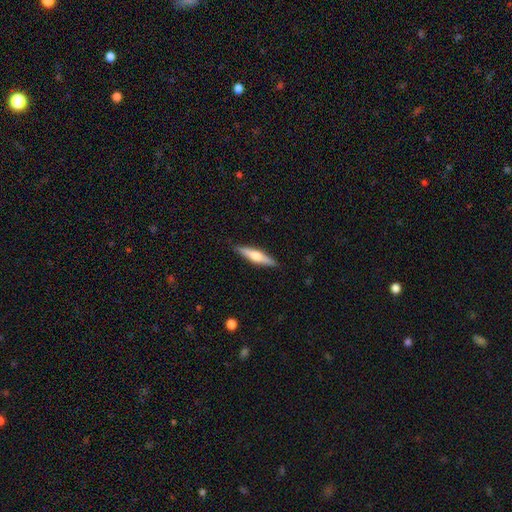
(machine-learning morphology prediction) This is possibly a featured or disk galaxy (55%). It is clearly viewed edge-on (96%). Edge-on bulge: clearly rounded (89%). Merging: clearly none (89%).